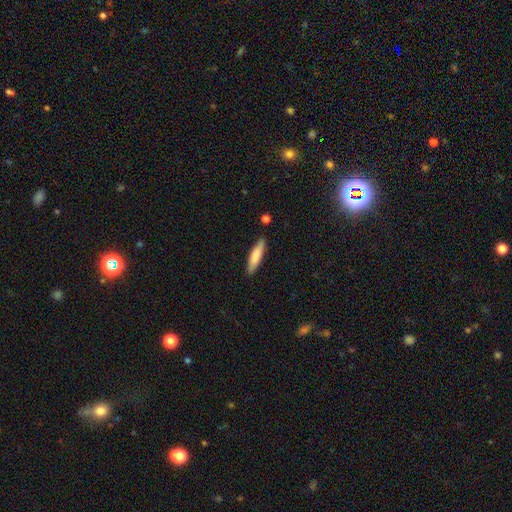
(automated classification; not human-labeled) Morphology: type=smooth (75%); roundness=cigar-shaped (77%); merging=none (84%).